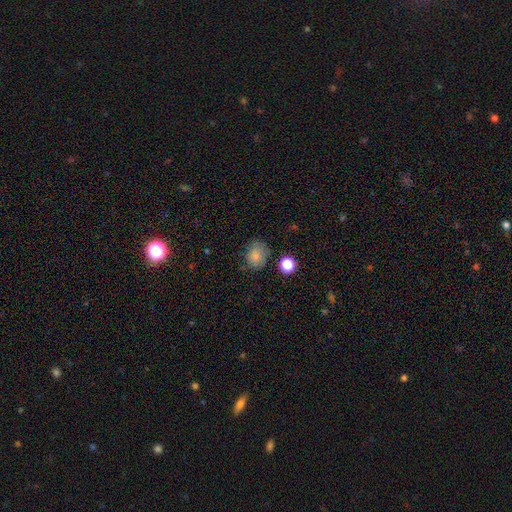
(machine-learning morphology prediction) smooth_or_featured: smooth (p=0.80) [alt: star or artifact p=0.12]
how_rounded: round (p=0.54) [alt: in between p=0.45]
merging: none (p=0.67) [alt: minor disturbance p=0.22]